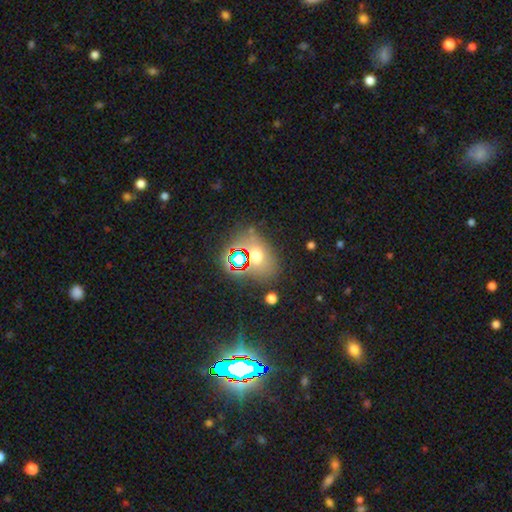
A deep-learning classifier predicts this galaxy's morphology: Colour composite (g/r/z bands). It shows a smooth galaxy with no disk features (52%) that is in between round and cigar-shaped (58%). Merging: none (66%).